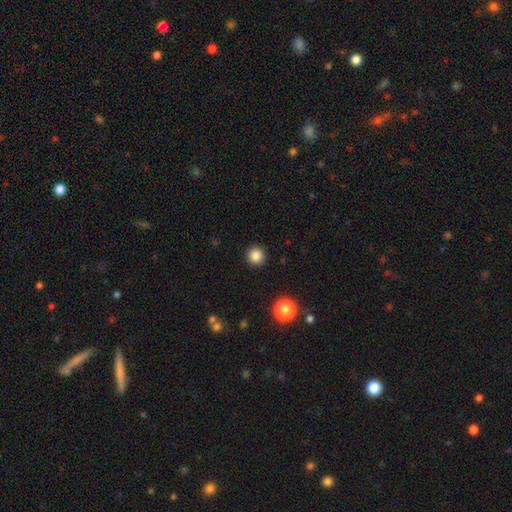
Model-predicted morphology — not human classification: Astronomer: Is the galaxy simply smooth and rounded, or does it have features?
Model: smooth — 85%.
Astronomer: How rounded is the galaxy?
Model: round — 94%.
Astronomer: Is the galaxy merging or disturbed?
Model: none — 92%.